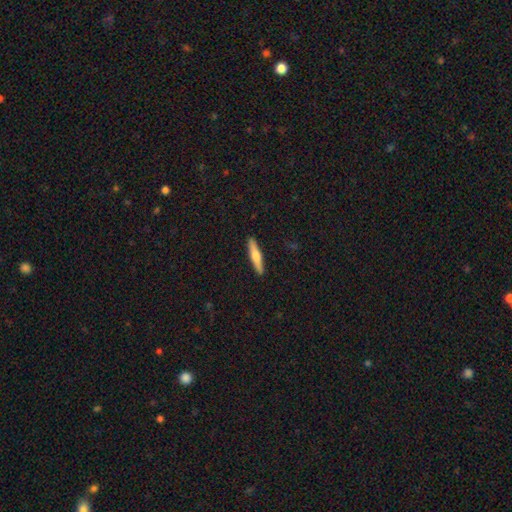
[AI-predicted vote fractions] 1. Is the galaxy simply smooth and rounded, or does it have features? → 53% smooth, 42% featured or disk, 5% star or artifact.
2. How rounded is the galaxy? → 86% cigar-shaped, 12% in between, 2% round.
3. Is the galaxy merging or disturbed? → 91% none, 6% minor disturbance, 1% major disturbance, 1% merger.